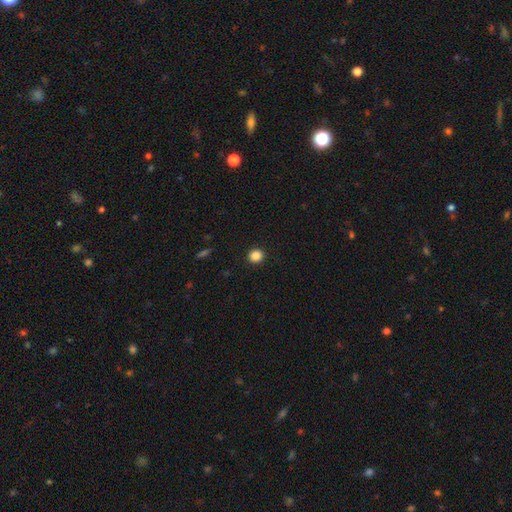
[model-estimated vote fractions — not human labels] This appears to be a smooth galaxy with no disk features (86%) that is round (90%). Merging: none (93%).